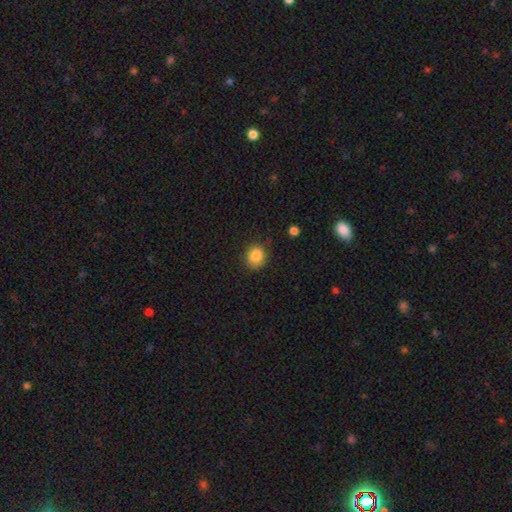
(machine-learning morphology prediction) Smooth or featured? Predicted: smooth (p=0.85). How rounded? Predicted: round (p=0.79). Merging? Predicted: none (p=0.83).